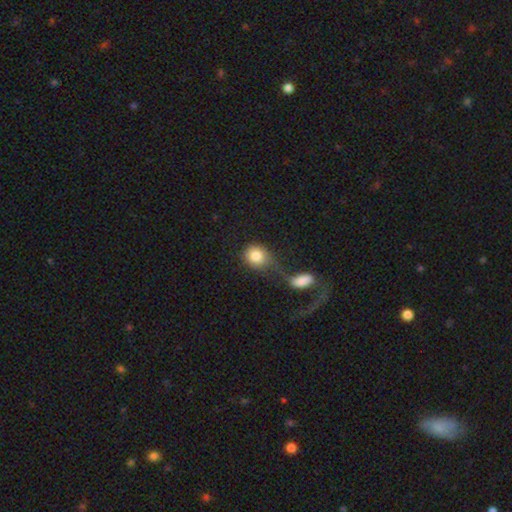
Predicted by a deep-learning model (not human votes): Q: Smooth or featured?
A: smooth (84%); runner-up: featured or disk (9%)
Q: How rounded?
A: round (71%); runner-up: in between (27%)
Q: Merging?
A: merger (39%); runner-up: none (36%)